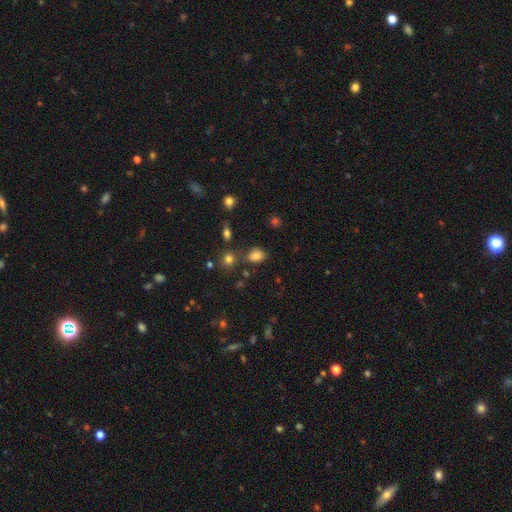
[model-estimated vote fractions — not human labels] This appears to be a smooth galaxy with no disk features (81%) that is in between round and cigar-shaped (71%). Merging: none (70%).